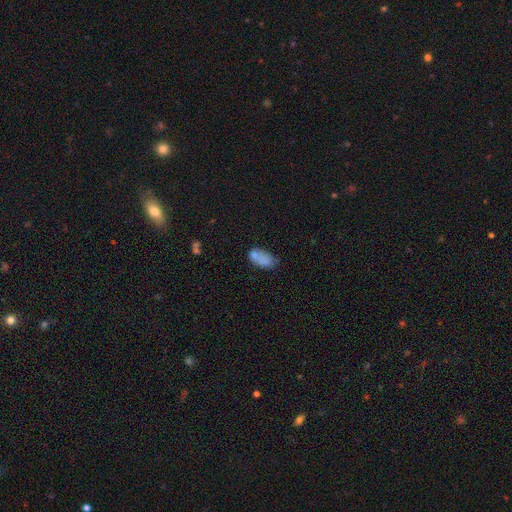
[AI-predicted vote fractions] Smooth or featured? Predicted: smooth (p=0.71). How rounded? Predicted: in between (p=0.88). Merging? Predicted: none (p=0.44).